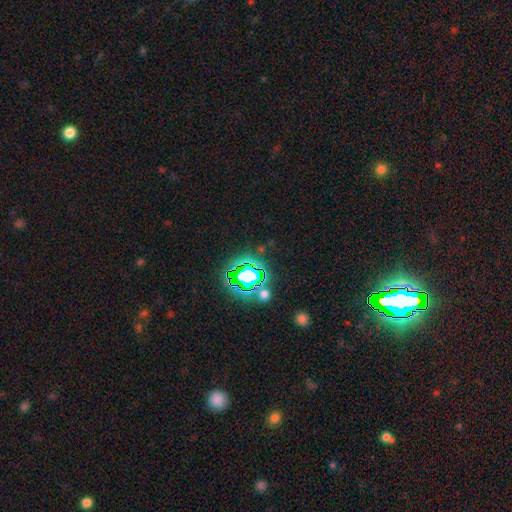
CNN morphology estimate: Smooth or featured: star or artifact — 81% (smooth — 12%)